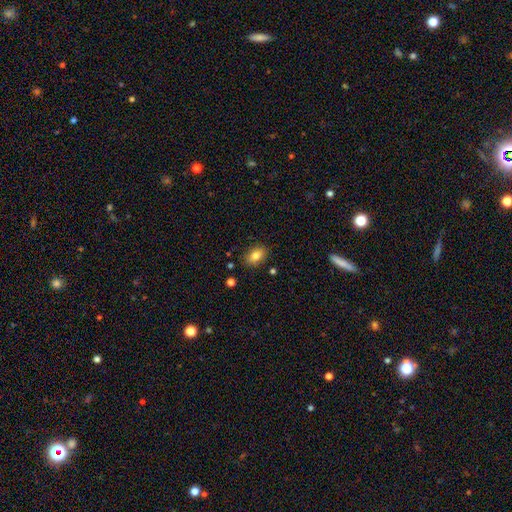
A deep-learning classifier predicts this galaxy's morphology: This is clearly a smooth galaxy (82%). How rounded: likely in between (79%). Merging: clearly none (85%).